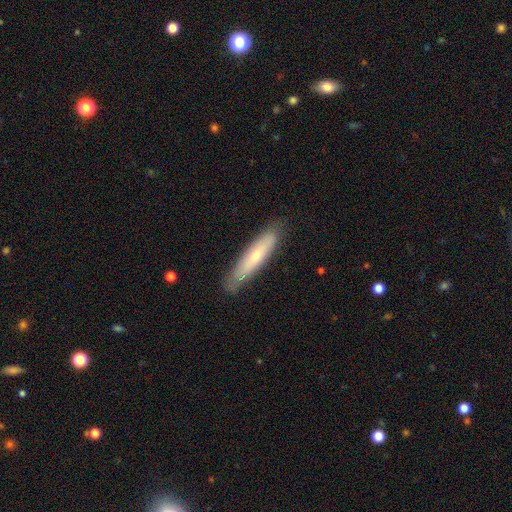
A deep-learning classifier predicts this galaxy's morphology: The model was most divided on "smooth or featured": smooth: 57%, featured or disk: 37%, star or artifact: 6%. More confident: how rounded — cigar-shaped (83%); merging — none (82%).